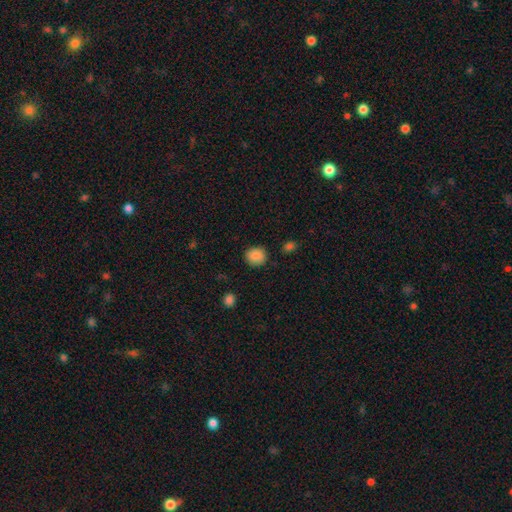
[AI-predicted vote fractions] The model was most divided on "how rounded": round: 84%, in between: 15%, cigar-shaped: 1%. More confident: merging — none (87%); smooth or featured — smooth (87%).